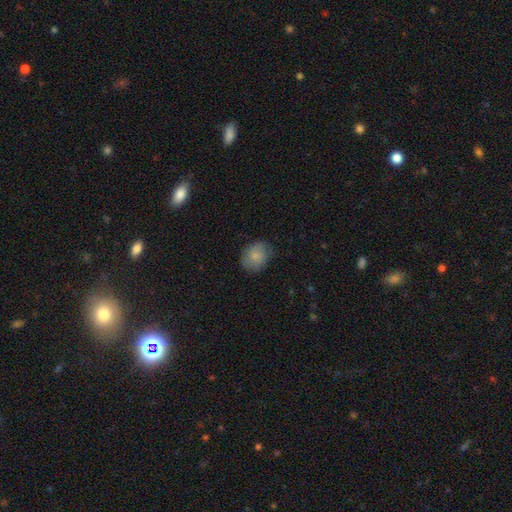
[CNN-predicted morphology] A smooth galaxy with no disk features (77%) that is round (53%). Merging: none (74%).